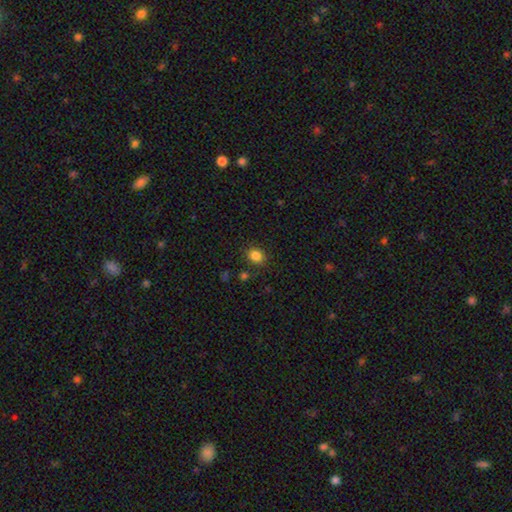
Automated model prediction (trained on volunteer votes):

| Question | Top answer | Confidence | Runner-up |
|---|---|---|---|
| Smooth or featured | smooth | 84% | star or artifact (11%) |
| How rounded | round | 60% | in between (39%) |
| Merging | none | 84% | minor disturbance (10%) |